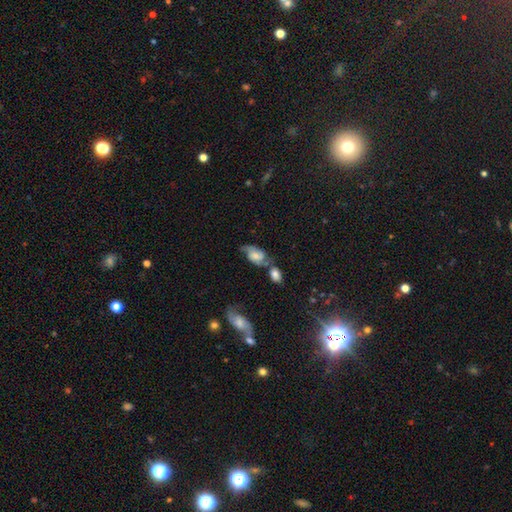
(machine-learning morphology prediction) Smooth or featured? featured or disk (56%)
Edge-on disk? no (94%)
Bar? no (56%)
Spiral arms? yes (88%)
Bulge size? moderate (31%)
Merging? none (39%)